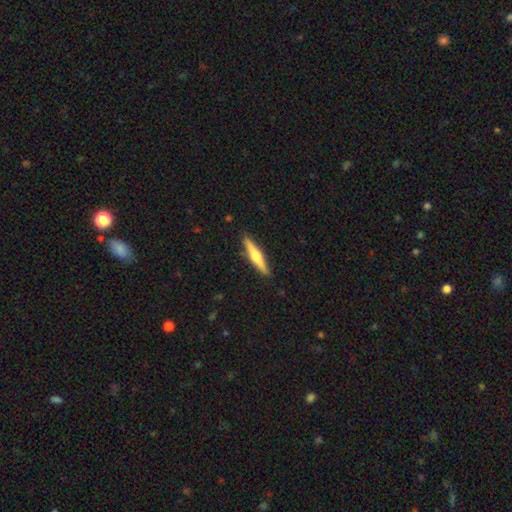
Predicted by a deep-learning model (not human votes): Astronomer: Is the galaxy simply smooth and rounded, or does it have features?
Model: featured or disk — 60% (runner-up: smooth, 36%).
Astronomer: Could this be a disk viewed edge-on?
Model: yes — 97%.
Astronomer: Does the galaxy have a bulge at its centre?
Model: rounded — 92%.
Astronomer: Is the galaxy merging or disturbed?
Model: none — 91%.